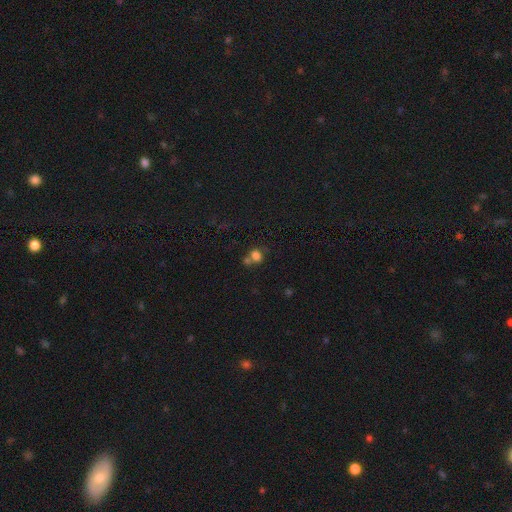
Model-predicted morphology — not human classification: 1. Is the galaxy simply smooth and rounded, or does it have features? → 76% smooth, 15% star or artifact, 9% featured or disk.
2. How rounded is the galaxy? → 65% round, 34% in between, 1% cigar-shaped.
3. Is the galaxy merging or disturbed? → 45% none, 37% merger, 12% minor disturbance, 6% major disturbance.